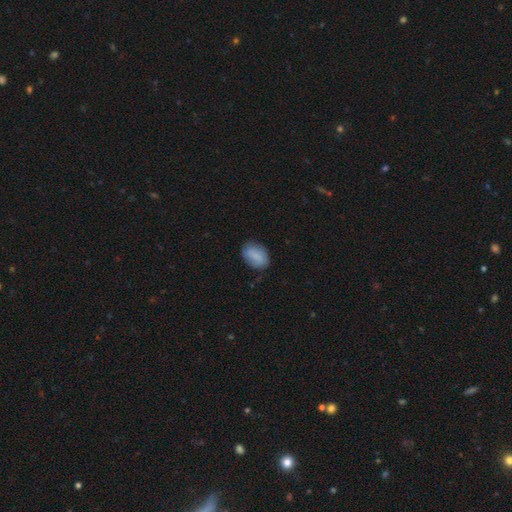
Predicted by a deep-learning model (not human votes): smooth_or_featured: smooth (p=0.80) [alt: featured or disk p=0.13]
how_rounded: in between (p=0.82) [alt: round p=0.16]
merging: none (p=0.74) [alt: minor disturbance p=0.20]